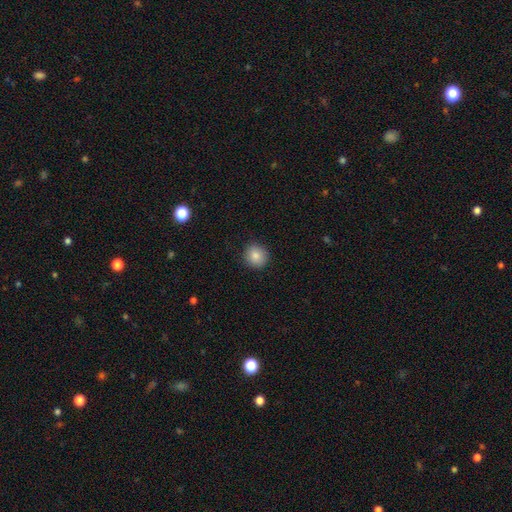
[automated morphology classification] type=smooth (85%); roundness=round (90%); merging=none (90%).